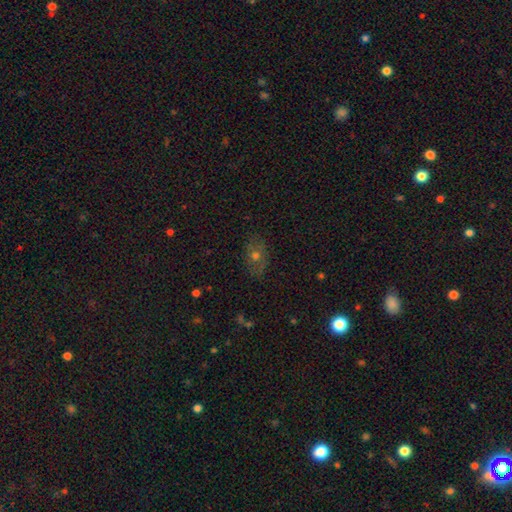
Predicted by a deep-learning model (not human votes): Smooth or featured?
  - smooth: 49% *
  - featured or disk: 31%
  - star or artifact: 20%
Merging?
  - none: 77% *
  - minor disturbance: 16%
  - major disturbance: 5%
  - merger: 2%